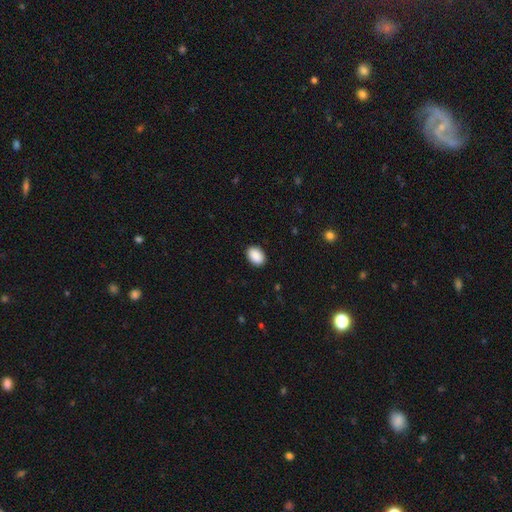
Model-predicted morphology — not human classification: Overall: smooth (91%). How rounded: in between (85%). Merging: none (90%).